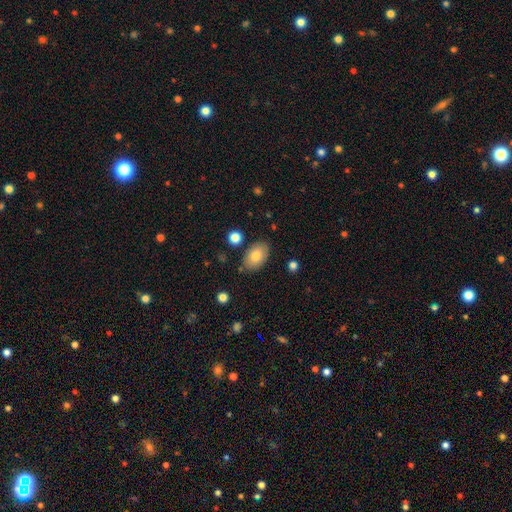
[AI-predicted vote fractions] A smooth galaxy with no disk features (80%) that is in between round and cigar-shaped (91%).

Vote fractions:
- Smooth or featured? smooth: 80% / featured or disk: 13% / star or artifact: 7%
- How rounded? in between: 91% / round: 8% / cigar-shaped: 1%
- Merging? none: 82% / minor disturbance: 12% / merger: 3% / major disturbance: 3%